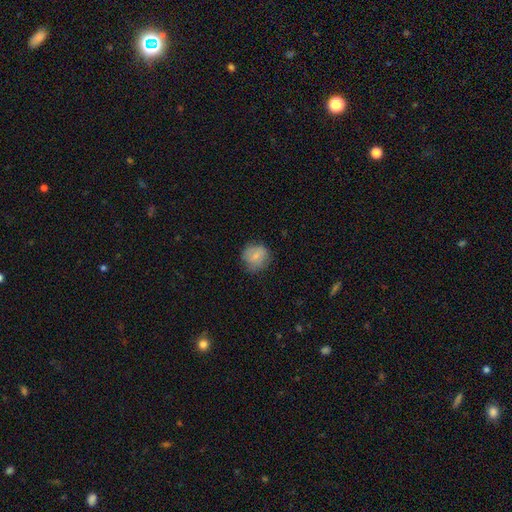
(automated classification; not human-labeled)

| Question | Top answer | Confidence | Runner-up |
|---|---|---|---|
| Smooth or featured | smooth | 78% | featured or disk (14%) |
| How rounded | round | 85% | in between (14%) |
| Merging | none | 75% | minor disturbance (19%) |